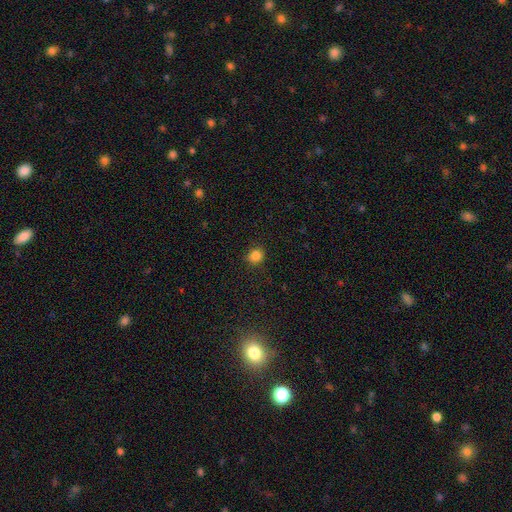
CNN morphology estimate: smooth_or_featured: smooth (p=0.84) [alt: star or artifact p=0.12]
how_rounded: round (p=0.80) [alt: in between p=0.19]
merging: none (p=0.84) [alt: minor disturbance p=0.12]